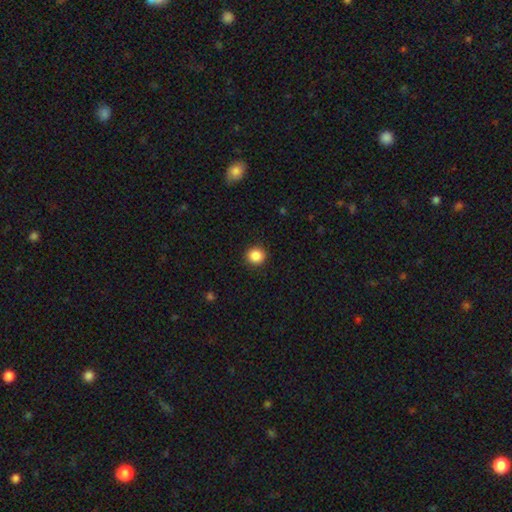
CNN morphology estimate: type=smooth (87%); roundness=round (91%); merging=none (91%).